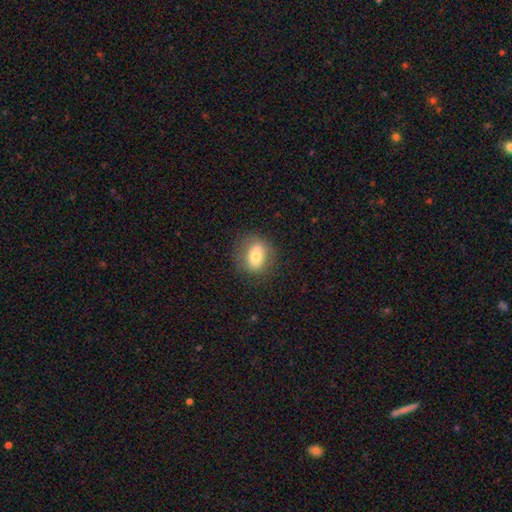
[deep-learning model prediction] smooth_or_featured: smooth (p=0.71) [alt: featured or disk p=0.20]
how_rounded: in between (p=0.63) [alt: round p=0.34]
merging: none (p=0.81) [alt: minor disturbance p=0.13]